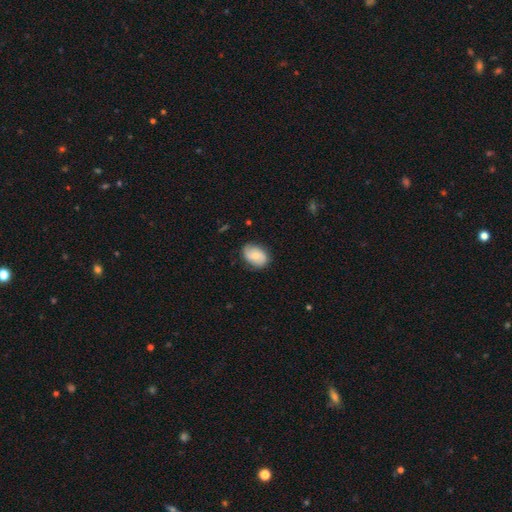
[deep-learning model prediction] A smooth galaxy with no disk features (61%) that is in between round and cigar-shaped (78%).

Vote fractions:
- Smooth or featured? smooth: 61% / featured or disk: 32% / star or artifact: 7%
- How rounded? in between: 78% / round: 20% / cigar-shaped: 1%
- Merging? none: 78% / minor disturbance: 17% / major disturbance: 4% / merger: 1%